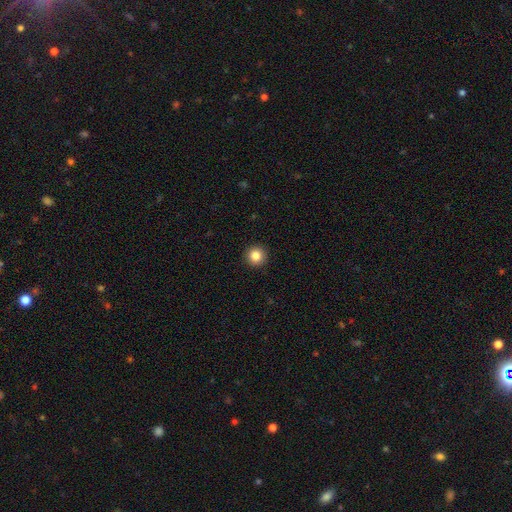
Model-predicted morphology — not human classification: type=smooth (85%); roundness=round (96%); merging=none (93%).